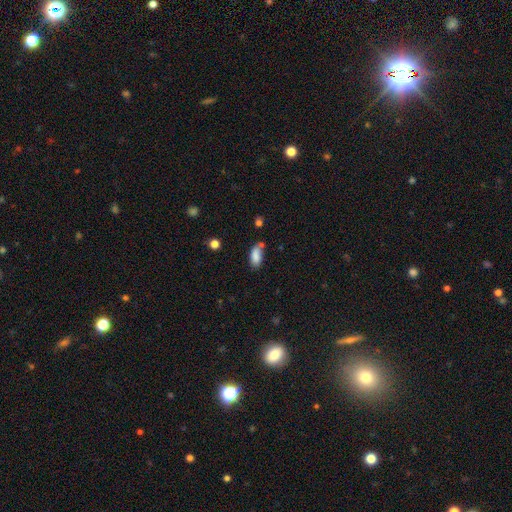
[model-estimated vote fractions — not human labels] Morphology: type=smooth (83%); roundness=in between (88%); merging=none (54%).